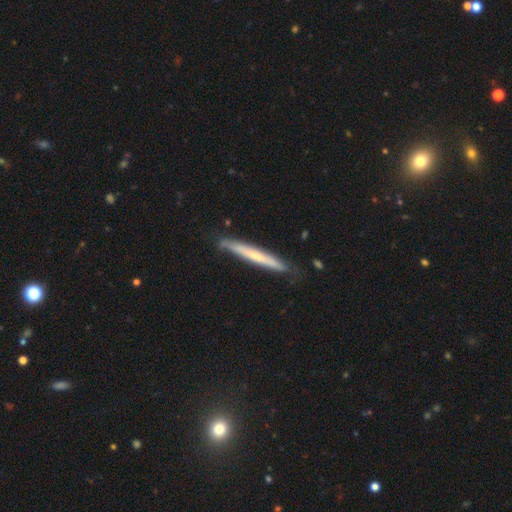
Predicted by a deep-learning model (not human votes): Smooth or featured: featured or disk — 48% (smooth — 47%)
Merging: none — 78% (minor disturbance — 18%)